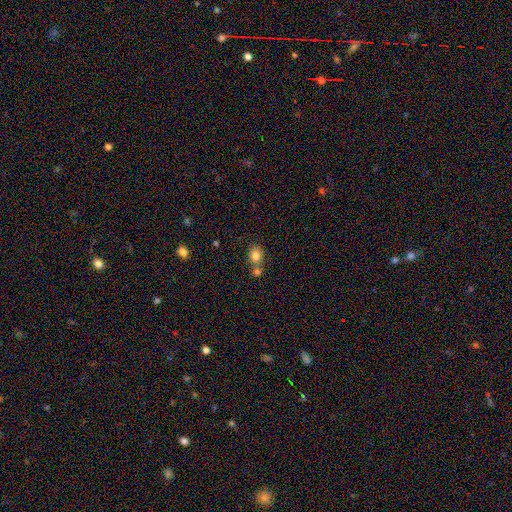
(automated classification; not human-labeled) A smooth galaxy with no disk features (82%) that is round (57%).

Vote fractions:
- Smooth or featured? smooth: 82% / star or artifact: 10% / featured or disk: 8%
- How rounded? round: 57% / in between: 42% / cigar-shaped: 1%
- Merging? none: 51% / merger: 37% / minor disturbance: 9% / major disturbance: 3%